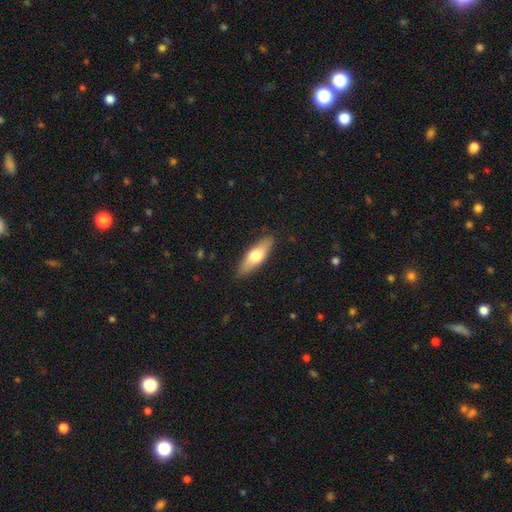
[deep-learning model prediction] Overall: smooth (62%; featured or disk 33%). How rounded: in between (53%; cigar-shaped 44%). Merging: none (87%).